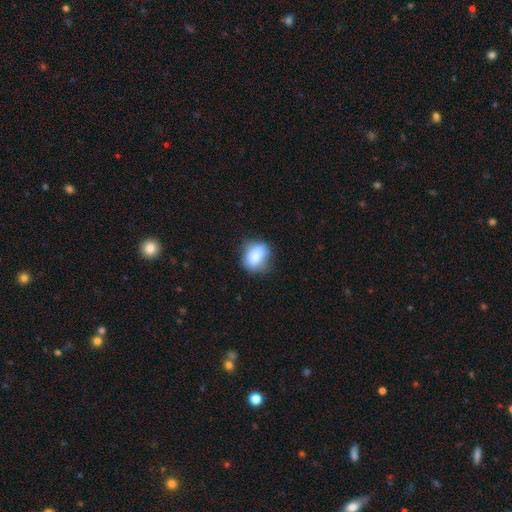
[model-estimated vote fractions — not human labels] Q: Smooth or featured?
A: smooth (80%); runner-up: featured or disk (11%)
Q: How rounded?
A: in between (58%); runner-up: round (40%)
Q: Merging?
A: none (61%); runner-up: minor disturbance (29%)